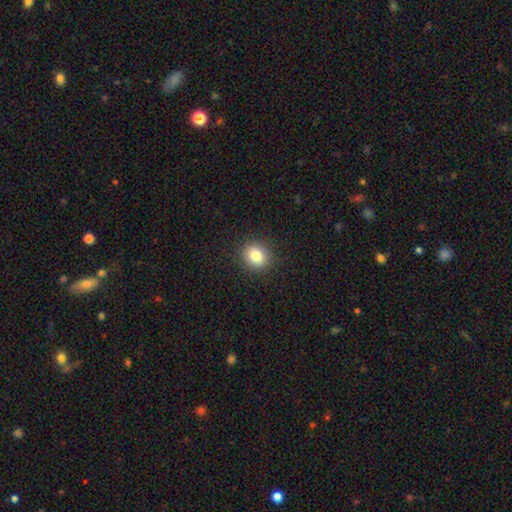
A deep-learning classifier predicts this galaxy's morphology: Smooth or featured: smooth — 82% (star or artifact — 10%)
How rounded: round — 76% (in between — 23%)
Merging: none — 91% (minor disturbance — 6%)